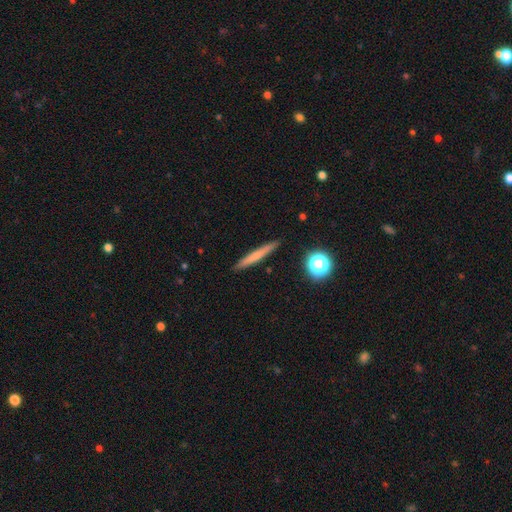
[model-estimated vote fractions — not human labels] The model was most divided on "smooth or featured": smooth: 61%, featured or disk: 31%, star or artifact: 9%. More confident: how rounded — cigar-shaped (94%); merging — none (91%).